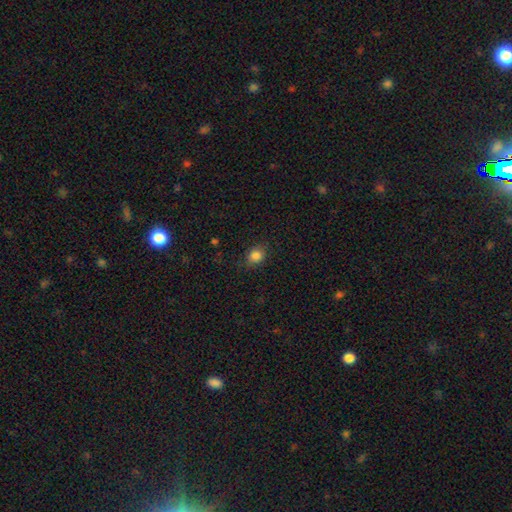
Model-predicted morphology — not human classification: smooth-or-featured: smooth: 84% | star or artifact: 11% | featured or disk: 5%
  how-rounded: round: 62% | in between: 37% | cigar-shaped: 1%
  merging: none: 83% | minor disturbance: 13% | major disturbance: 3% | merger: 1%